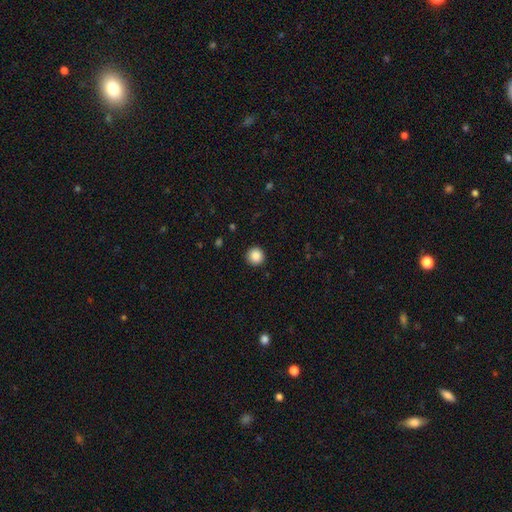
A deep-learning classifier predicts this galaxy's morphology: A smooth galaxy with no disk features (88%) that is round (95%).

Vote fractions:
- Smooth or featured? smooth: 88% / star or artifact: 9% / featured or disk: 3%
- How rounded? round: 95% / in between: 4% / cigar-shaped: 1%
- Merging? none: 92% / minor disturbance: 5% / major disturbance: 2% / merger: 1%